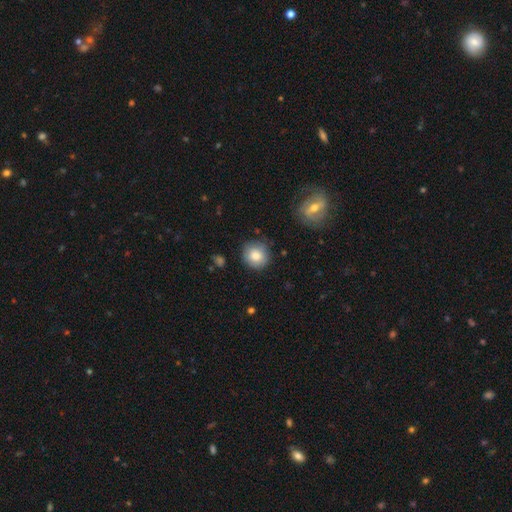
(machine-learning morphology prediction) Smooth or featured: smooth — 80% (featured or disk — 12%)
How rounded: round — 88% (in between — 11%)
Merging: none — 80% (minor disturbance — 15%)